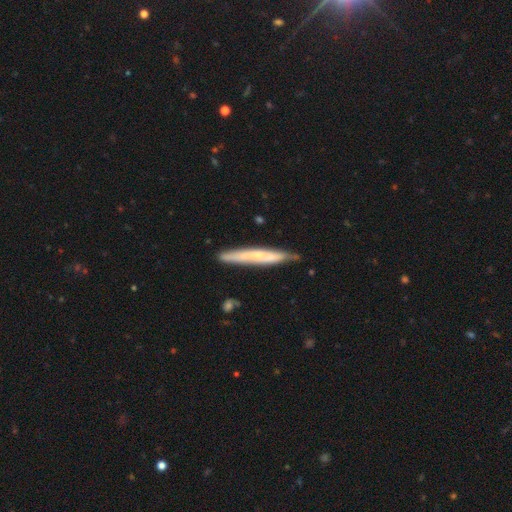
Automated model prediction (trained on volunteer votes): smooth 49%, featured or disk 46%, star or artifact 6%. Down the decision tree: merging — none (79%).